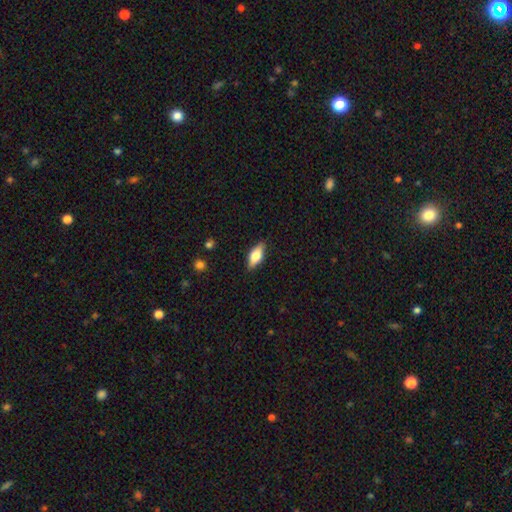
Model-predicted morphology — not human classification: The model was most divided on "smooth or featured": smooth: 66%, featured or disk: 28%, star or artifact: 6%. More confident: merging — none (86%); how rounded — in between (79%).